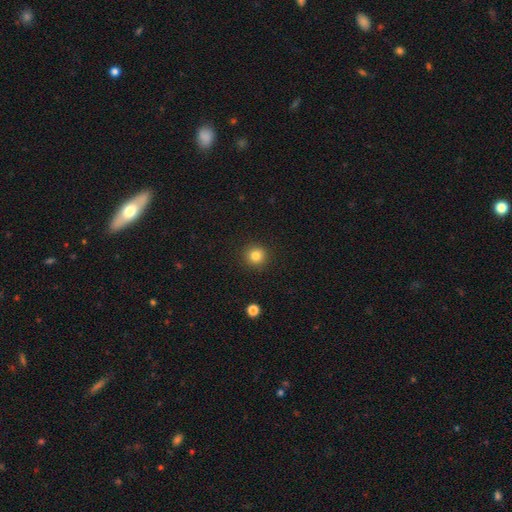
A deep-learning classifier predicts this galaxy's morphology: This appears to be a smooth galaxy with no disk features (82%) that is round (94%). Merging: none (92%).